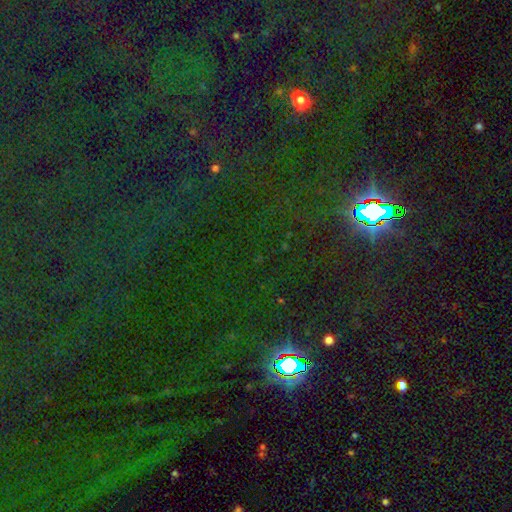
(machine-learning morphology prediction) The model was most divided on "smooth or featured": star or artifact: 84%, smooth: 9%, featured or disk: 6%.